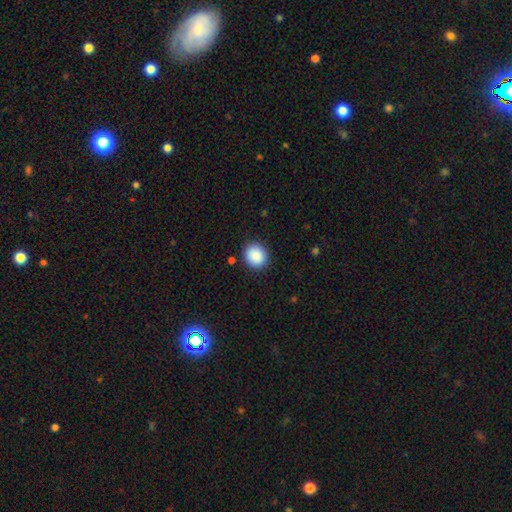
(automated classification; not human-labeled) Overall: smooth (88%). How rounded: round (81%). Merging: none (89%).